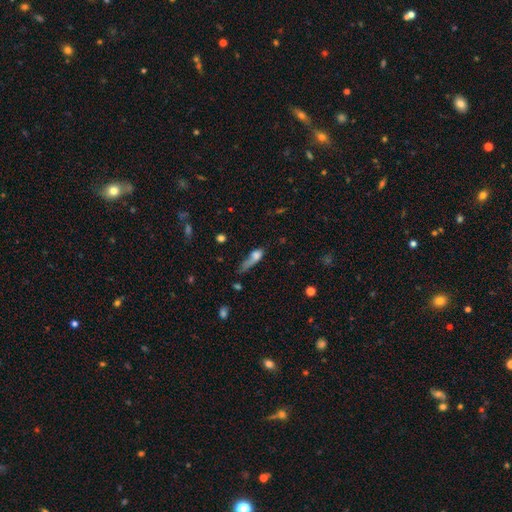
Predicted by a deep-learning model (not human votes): A smooth galaxy with no disk features (66%) that is cigar-shaped (46%).

Vote fractions:
- Smooth or featured? smooth: 66% / featured or disk: 23% / star or artifact: 11%
- How rounded? cigar-shaped: 46% / in between: 44% / round: 10%
- Merging? major disturbance: 41% / minor disturbance: 25% / none: 22% / merger: 12%